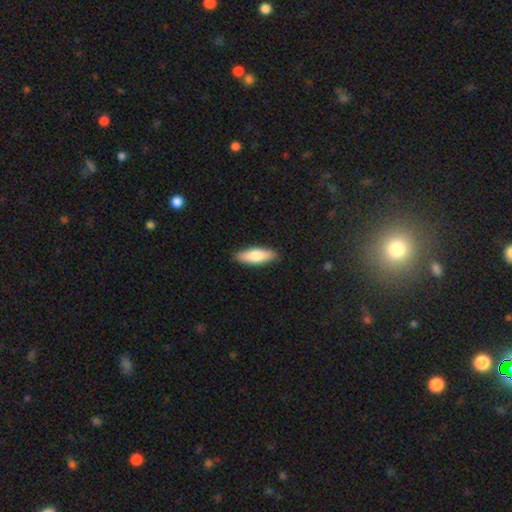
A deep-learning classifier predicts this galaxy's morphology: The model was most divided on "how rounded": in between: 58%, cigar-shaped: 40%, round: 2%. More confident: merging — none (89%); smooth or featured — smooth (77%).